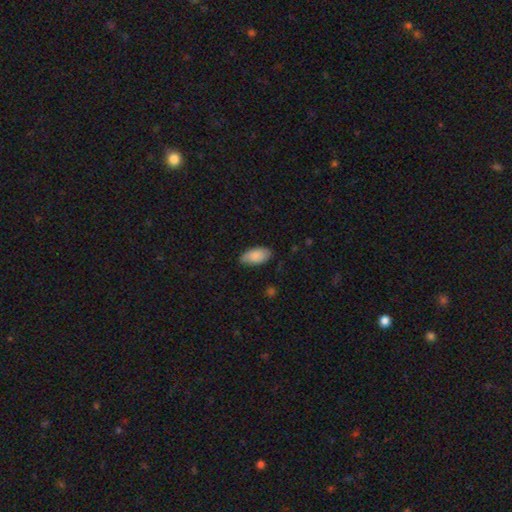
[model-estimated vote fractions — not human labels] This appears to be a smooth galaxy with no disk features (87%) that is in between round and cigar-shaped (95%). Merging: none (78%).